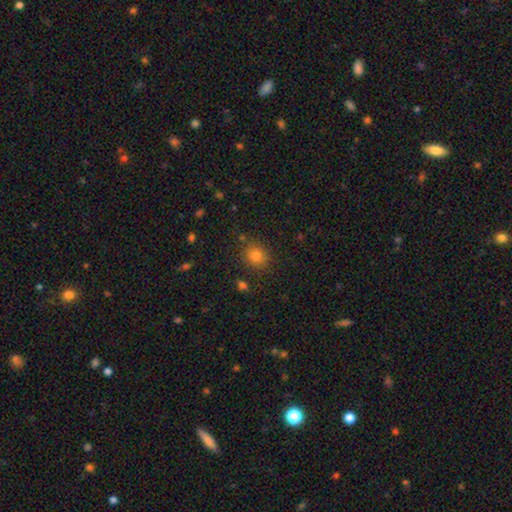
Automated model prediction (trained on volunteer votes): Overall: smooth (80%). How rounded: round (80%). Merging: none (84%).